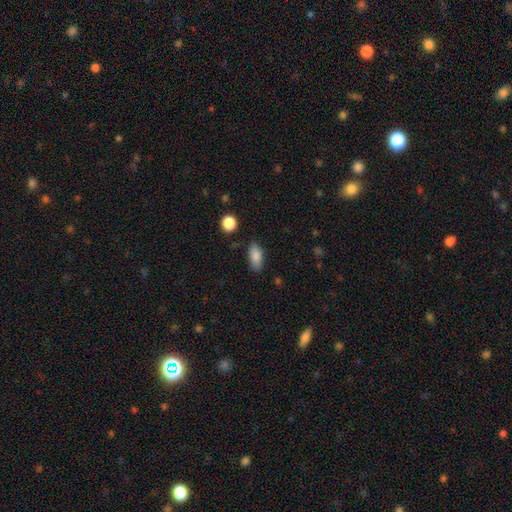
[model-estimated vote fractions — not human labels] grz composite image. It shows a smooth galaxy with no disk features (85%) that is in between round and cigar-shaped (86%). Merging: none (82%).